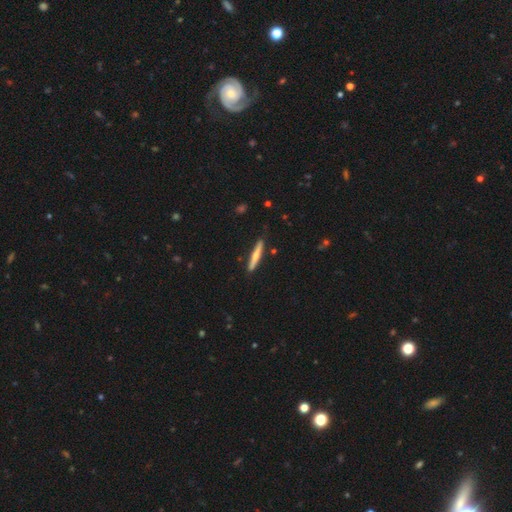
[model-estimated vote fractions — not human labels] Smooth or featured: smooth — 51% (featured or disk — 44%)
How rounded: cigar-shaped — 94% (in between — 5%)
Merging: none — 89% (minor disturbance — 8%)